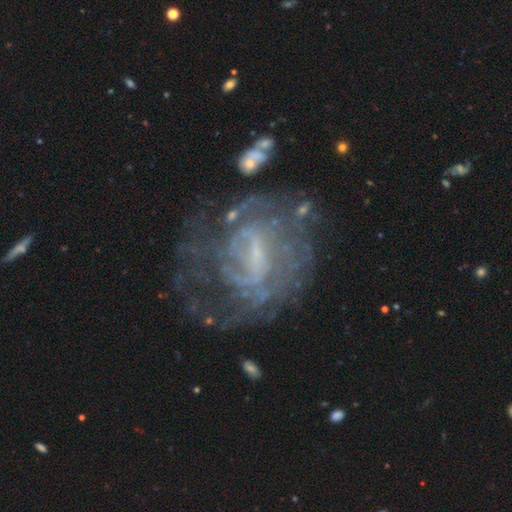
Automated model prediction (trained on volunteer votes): This is likely a featured or disk galaxy (78%). It is clearly not viewed edge-on (97%). Bar: possibly weak (51%). Spiral arm pattern: likely yes (72%). Spiral arm count: possibly can't tell (56%). Spiral winding: possibly tight (48%). Central bulge: marginally small (43%). Merging: possibly none (51%).